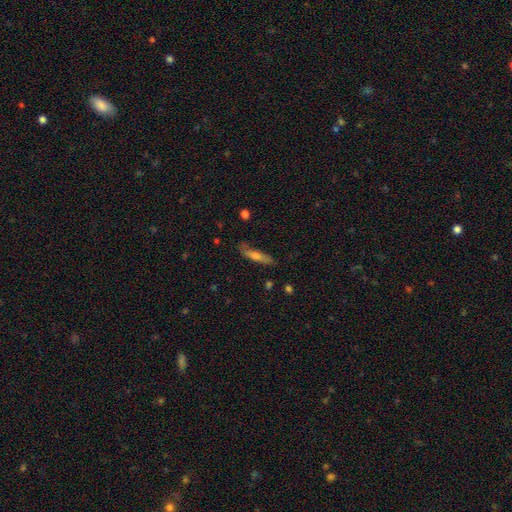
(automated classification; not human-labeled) This is possibly a smooth galaxy (56%). How rounded: clearly cigar-shaped (82%). Merging: likely none (74%).